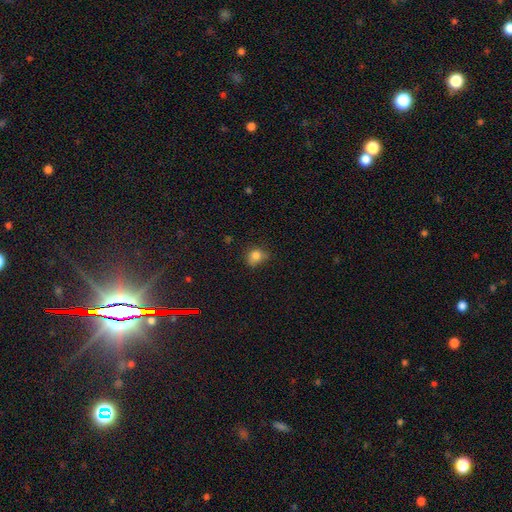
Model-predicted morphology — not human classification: This appears to be a smooth galaxy with no disk features (82%) that is round (67%). Merging: none (62%).